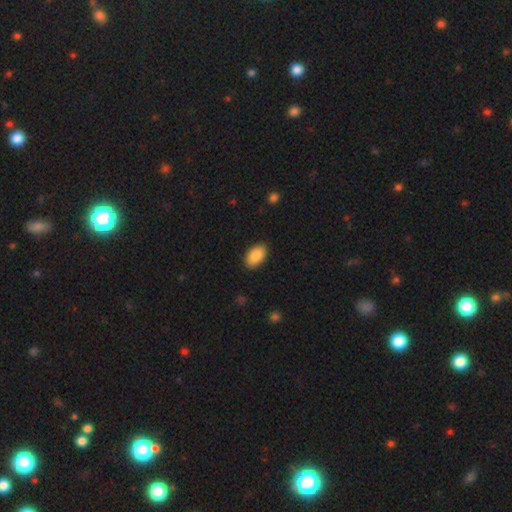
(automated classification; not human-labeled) The model was most divided on "merging": none: 89%, minor disturbance: 8%, major disturbance: 2%, merger: 1%. More confident: how rounded — in between (94%); smooth or featured — smooth (90%).